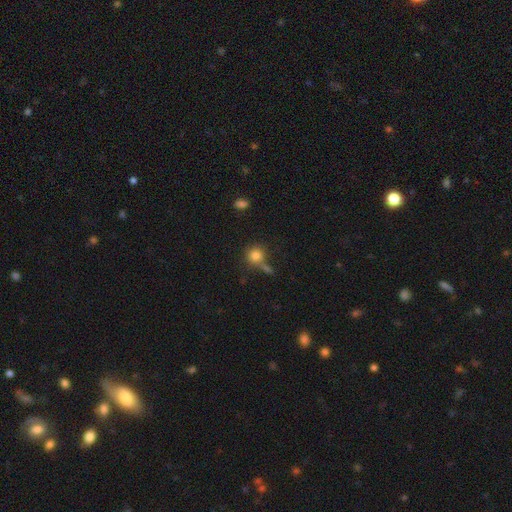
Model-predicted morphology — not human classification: type=smooth (80%); roundness=round (88%); merging=none (59%).